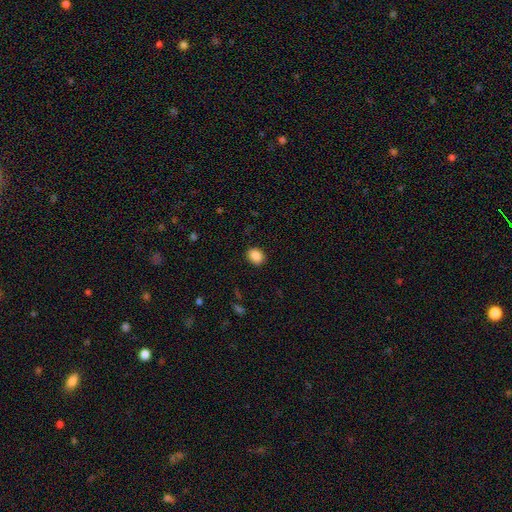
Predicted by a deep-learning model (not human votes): Overall: smooth (89%). How rounded: in between (59%; round 40%). Merging: none (89%).